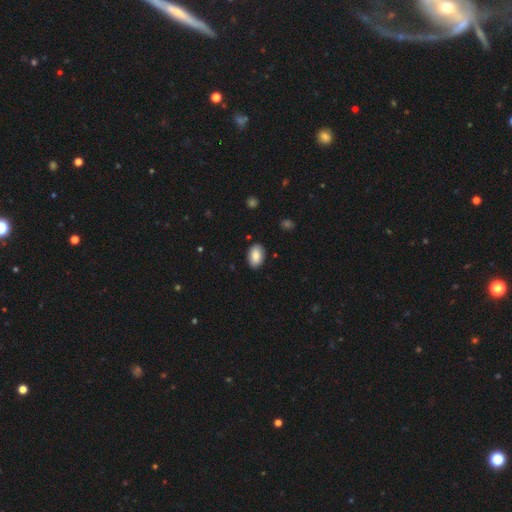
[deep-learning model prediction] Smooth or featured: smooth — 85% (featured or disk — 8%)
How rounded: in between — 90% (round — 9%)
Merging: none — 87% (minor disturbance — 10%)